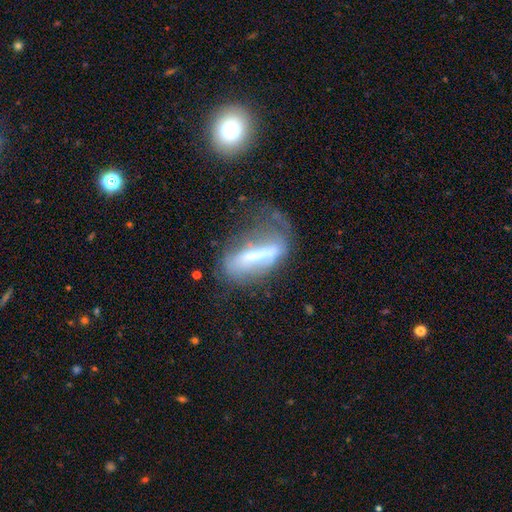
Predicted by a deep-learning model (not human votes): This appears to be a featured or disk galaxy (55%). Merging: major disturbance (39%).